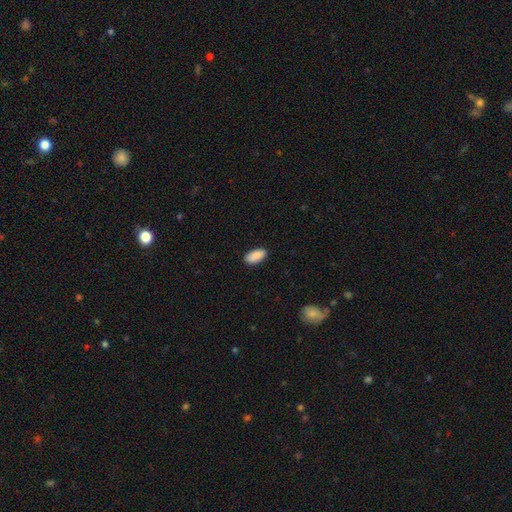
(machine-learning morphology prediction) Smooth or featured: smooth — 90% (star or artifact — 6%)
How rounded: in between — 93% (cigar-shaped — 4%)
Merging: none — 88% (minor disturbance — 9%)